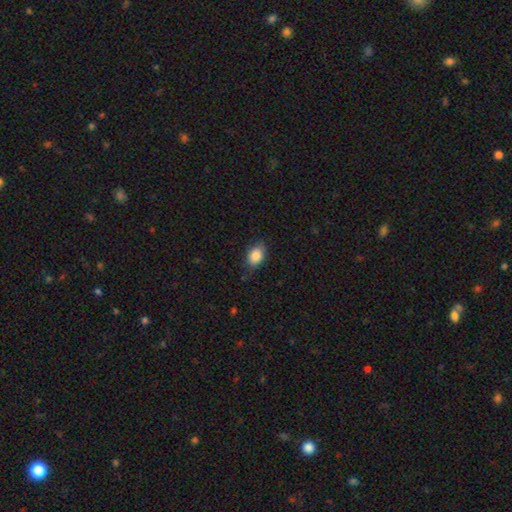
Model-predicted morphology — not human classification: The model was most divided on "merging": none: 77%, minor disturbance: 18%, major disturbance: 3%, merger: 1%. More confident: smooth or featured — smooth (86%); how rounded — in between (79%).